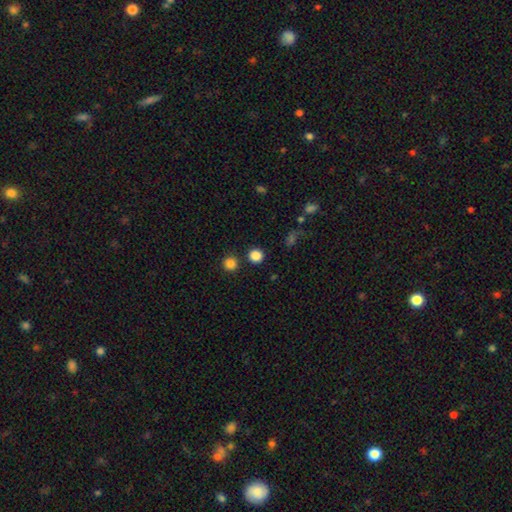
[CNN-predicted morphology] Smooth or featured? smooth (84%)
How rounded? round (92%)
Merging? none (87%)